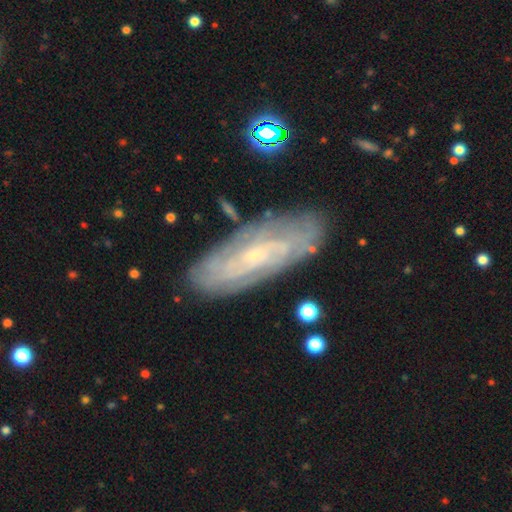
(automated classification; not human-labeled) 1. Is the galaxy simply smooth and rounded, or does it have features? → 74% featured or disk, 18% smooth, 8% star or artifact.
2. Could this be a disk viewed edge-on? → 84% no, 16% yes.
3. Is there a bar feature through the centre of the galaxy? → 62% no, 30% weak, 8% strong.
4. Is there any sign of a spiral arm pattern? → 87% yes, 13% no.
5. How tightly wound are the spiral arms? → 70% tight, 23% medium, 7% loose.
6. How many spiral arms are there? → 60% can't tell, 14% 2, 8% 4, 8% 3, 6% more than 4, 4% 1.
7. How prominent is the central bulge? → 79% small, 14% moderate, 4% none, 1% large, 1% dominant.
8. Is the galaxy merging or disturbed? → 82% none, 13% minor disturbance, 3% major disturbance, 2% merger.